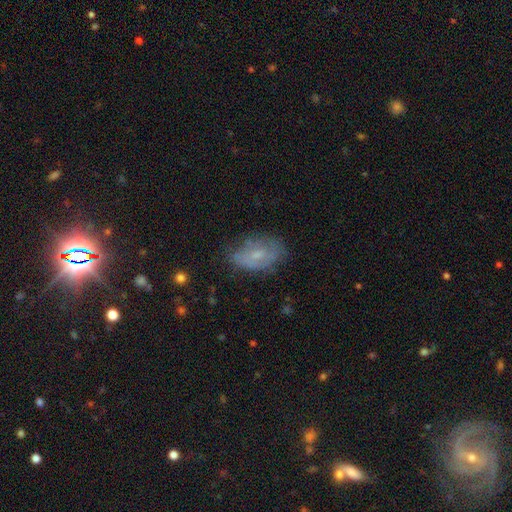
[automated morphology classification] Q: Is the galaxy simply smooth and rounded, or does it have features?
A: smooth — 52%.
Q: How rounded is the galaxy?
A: in between — 88%.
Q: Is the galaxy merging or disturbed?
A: none — 56%.